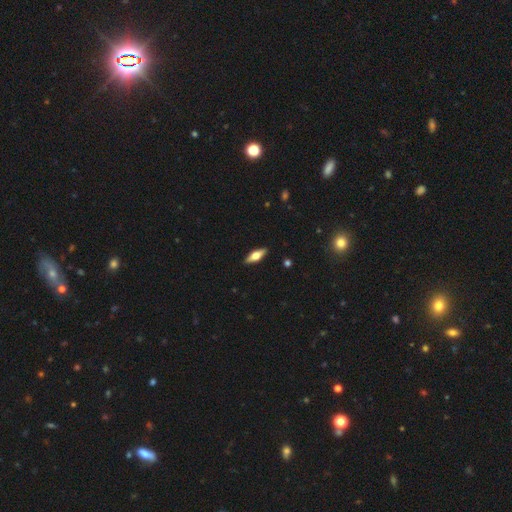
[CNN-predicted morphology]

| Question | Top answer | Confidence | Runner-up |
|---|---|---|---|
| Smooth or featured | featured or disk | 49% | smooth (44%) |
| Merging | none | 90% | minor disturbance (7%) |